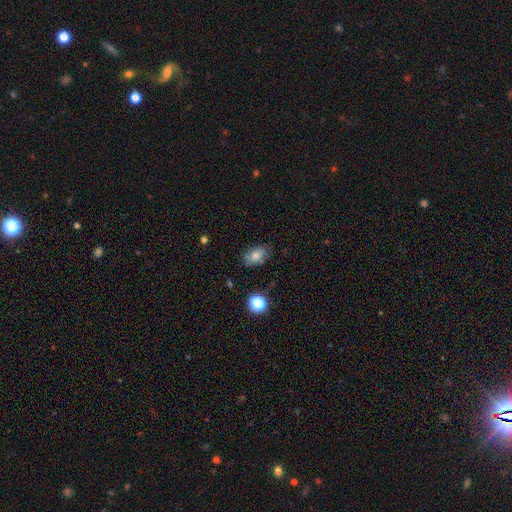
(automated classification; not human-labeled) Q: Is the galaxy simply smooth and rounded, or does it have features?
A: smooth — 75%.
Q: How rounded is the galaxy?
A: in between — 84%.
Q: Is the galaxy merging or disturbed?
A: none — 77%.